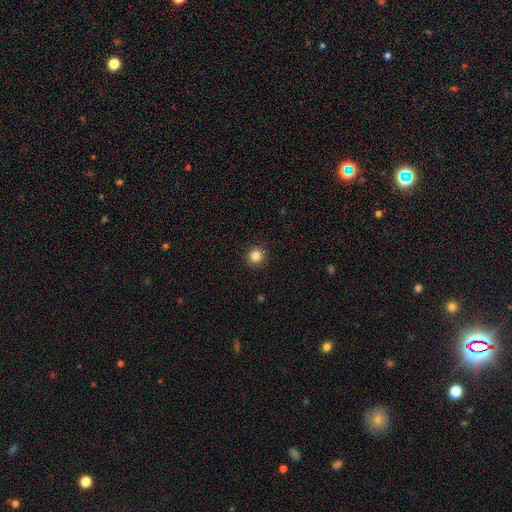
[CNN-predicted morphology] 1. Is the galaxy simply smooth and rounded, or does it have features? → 85% smooth, 11% star or artifact, 4% featured or disk.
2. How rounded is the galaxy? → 92% round, 7% in between, 1% cigar-shaped.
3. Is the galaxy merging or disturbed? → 92% none, 5% minor disturbance, 2% major disturbance, 1% merger.